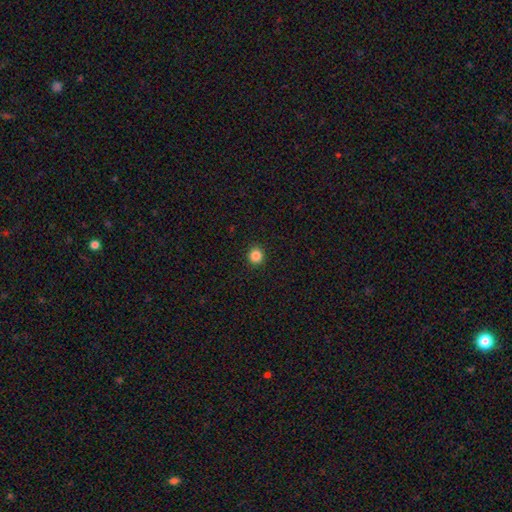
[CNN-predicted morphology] Overall: smooth (85%). How rounded: round (94%). Merging: none (93%).